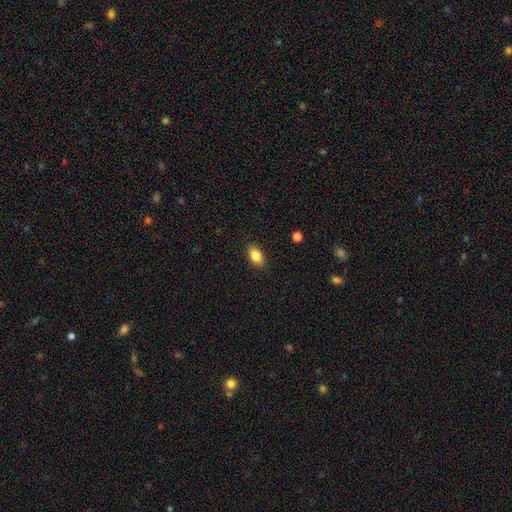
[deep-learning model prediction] smooth-or-featured: smooth: 84% | featured or disk: 8% | star or artifact: 8%
  how-rounded: in between: 89% | round: 6% | cigar-shaped: 5%
  merging: none: 88% | minor disturbance: 9% | major disturbance: 2% | merger: 1%